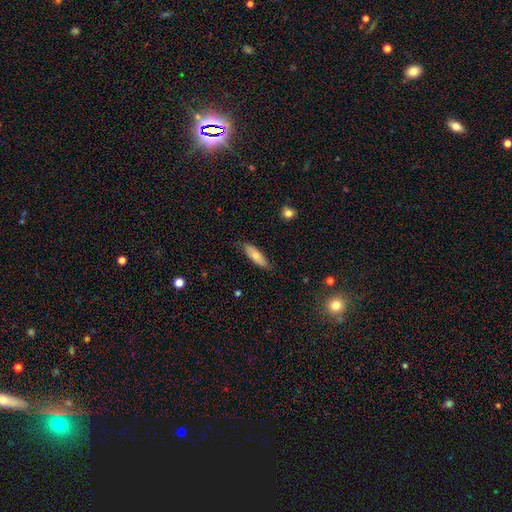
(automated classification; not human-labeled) The model was most divided on "how rounded": in between: 53%, cigar-shaped: 45%, round: 2%. More confident: merging — none (81%); smooth or featured — smooth (72%).